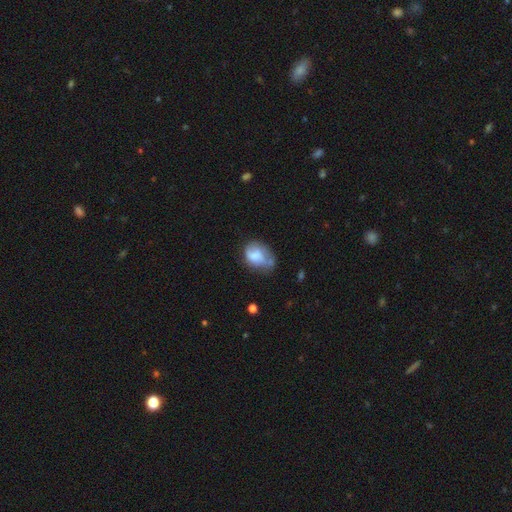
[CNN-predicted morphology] Smooth or featured? smooth (59%)
How rounded? in between (66%)
Merging? minor disturbance (34%)